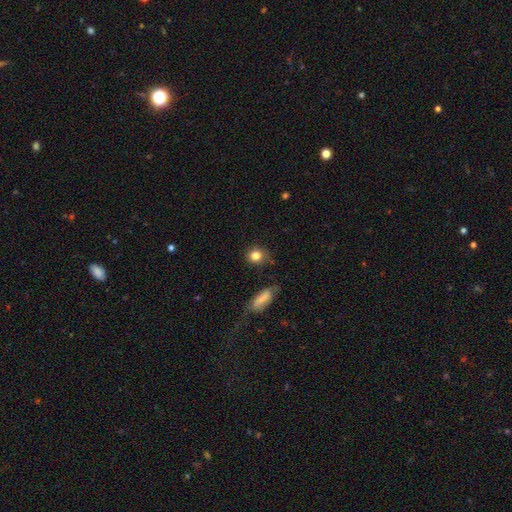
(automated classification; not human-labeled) smooth-or-featured: smooth: 82% | star or artifact: 10% | featured or disk: 8%
  how-rounded: round: 75% | in between: 23% | cigar-shaped: 2%
  merging: none: 79% | minor disturbance: 15% | major disturbance: 4% | merger: 3%